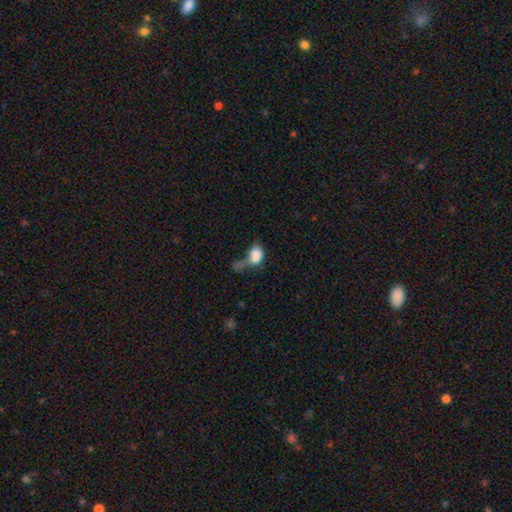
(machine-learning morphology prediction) Smooth or featured? Predicted: smooth (p=0.75). How rounded? Predicted: in between (p=0.78). Merging? Predicted: merger (p=0.37).